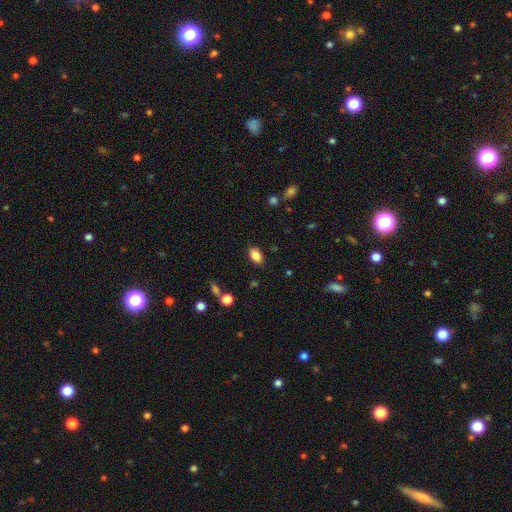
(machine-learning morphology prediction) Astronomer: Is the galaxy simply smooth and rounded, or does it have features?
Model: smooth — 86%.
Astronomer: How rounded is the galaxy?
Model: in between — 90%.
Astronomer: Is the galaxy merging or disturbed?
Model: none — 85%.